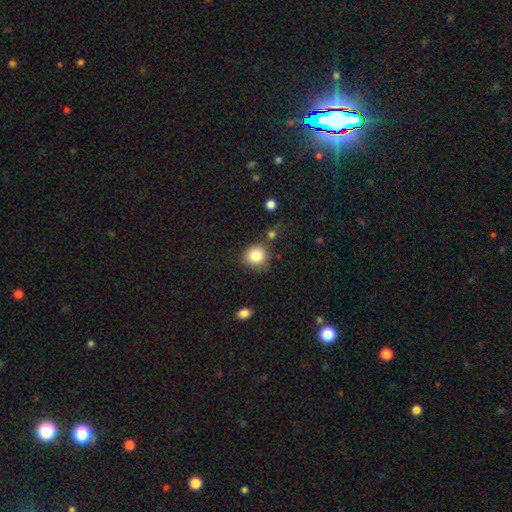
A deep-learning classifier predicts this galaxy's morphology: A smooth galaxy with no disk features (84%) that is round (89%). Merging: none (76%).